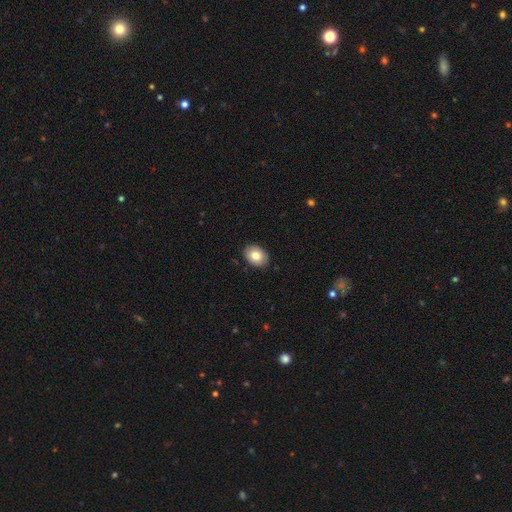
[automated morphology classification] Smooth or featured?
  - smooth: 81% *
  - featured or disk: 11%
  - star or artifact: 7%
How rounded?
  - in between: 76% *
  - round: 23%
  - cigar-shaped: 1%
Merging?
  - none: 89% *
  - minor disturbance: 9%
  - major disturbance: 2%
  - merger: 1%